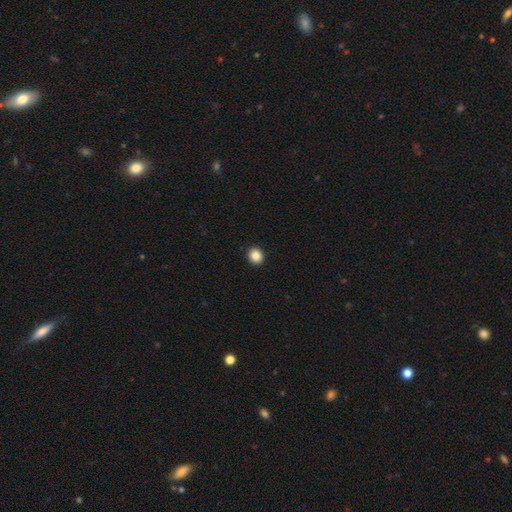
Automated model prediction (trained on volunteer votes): Overall: smooth (86%). How rounded: round (83%). Merging: none (93%).